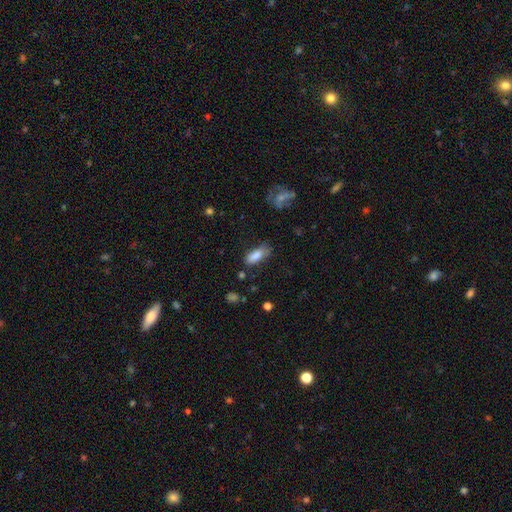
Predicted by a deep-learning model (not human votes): Overall: smooth (82%). How rounded: in between (77%). Merging: none (60%; minor disturbance 27%).